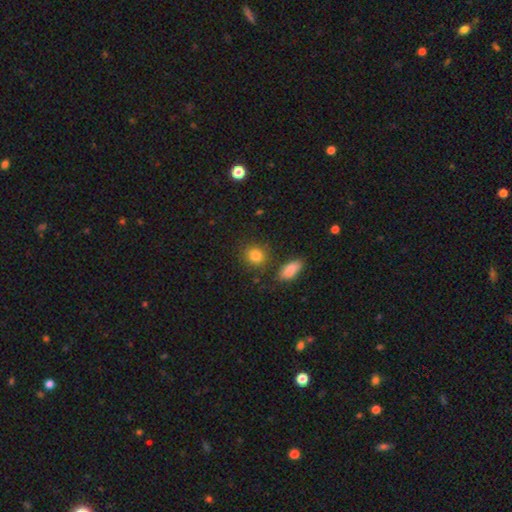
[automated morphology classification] The model was most divided on "how rounded": round: 75%, in between: 24%, cigar-shaped: 2%. More confident: smooth or featured — smooth (84%); merging — none (79%).